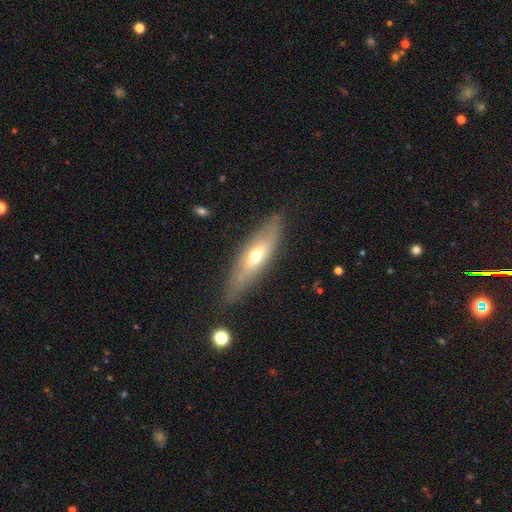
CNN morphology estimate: smooth-or-featured: featured or disk: 48% | smooth: 45% | star or artifact: 7%
  merging: none: 80% | minor disturbance: 14% | major disturbance: 4% | merger: 2%